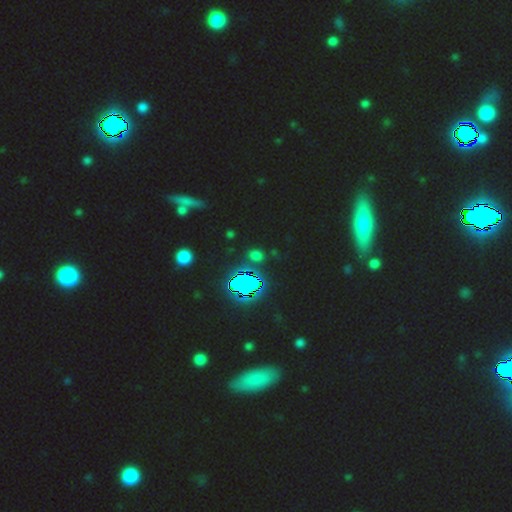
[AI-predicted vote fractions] A star or artifact, not a galaxy (63%).